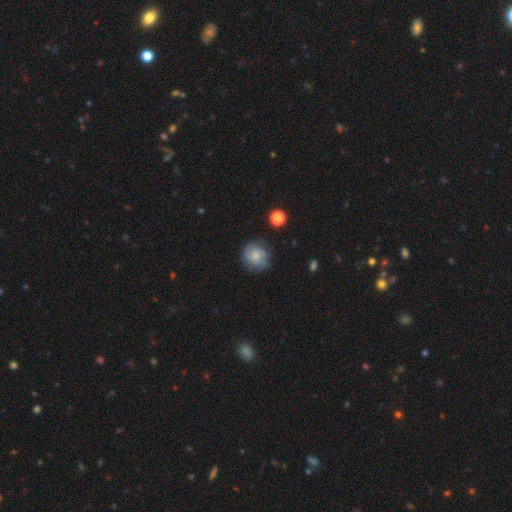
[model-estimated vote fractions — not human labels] This appears to be a smooth galaxy with no disk features (60%) that is round (87%). Merging: none (76%).